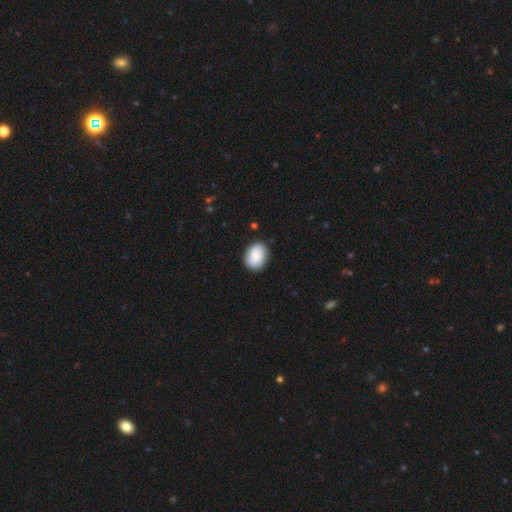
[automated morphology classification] Q: Smooth or featured?
A: smooth (79%); runner-up: featured or disk (15%)
Q: How rounded?
A: in between (68%); runner-up: round (31%)
Q: Merging?
A: none (82%); runner-up: minor disturbance (14%)